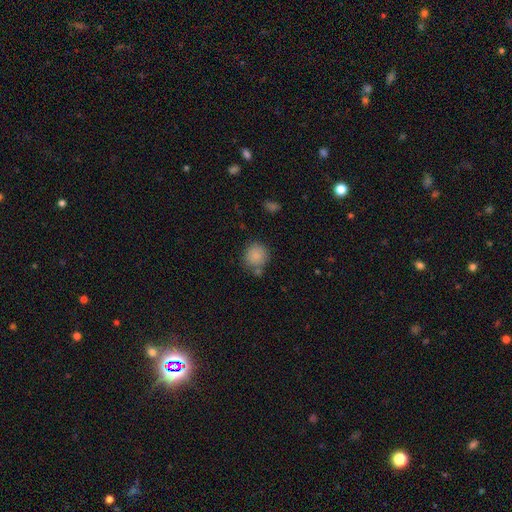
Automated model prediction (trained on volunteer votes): Smooth or featured? smooth (86%)
How rounded? round (88%)
Merging? none (69%)